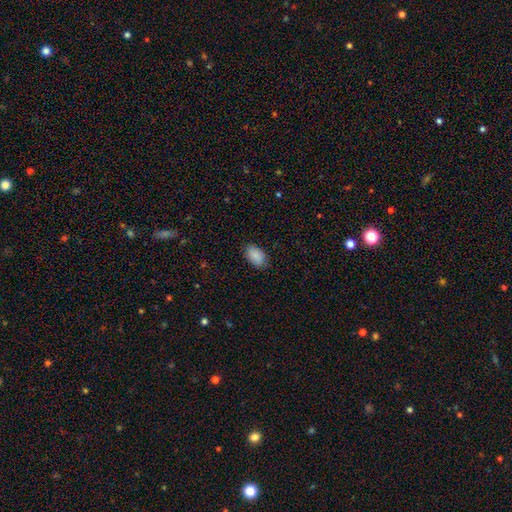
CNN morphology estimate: smooth_or_featured: smooth (p=0.88) [alt: star or artifact p=0.07]
how_rounded: in between (p=0.92) [alt: round p=0.07]
merging: none (p=0.82) [alt: minor disturbance p=0.14]